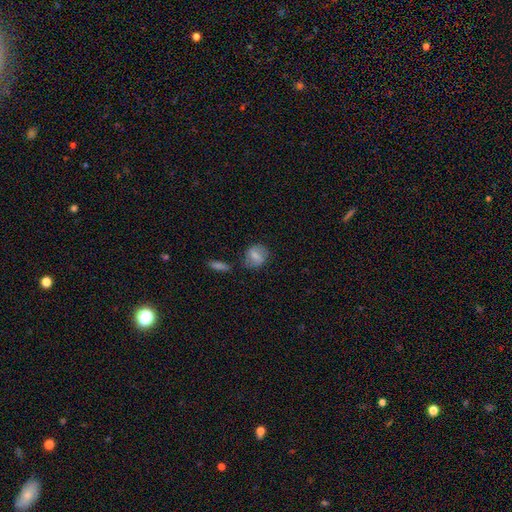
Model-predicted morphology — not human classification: This is likely a smooth galaxy (65%). How rounded: possibly round (52%). Merging: likely none (68%).